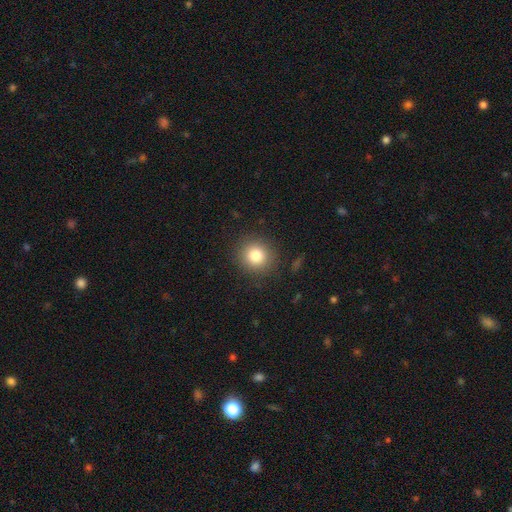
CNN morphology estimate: A smooth galaxy with no disk features (82%) that is round (90%). Merging: none (89%).